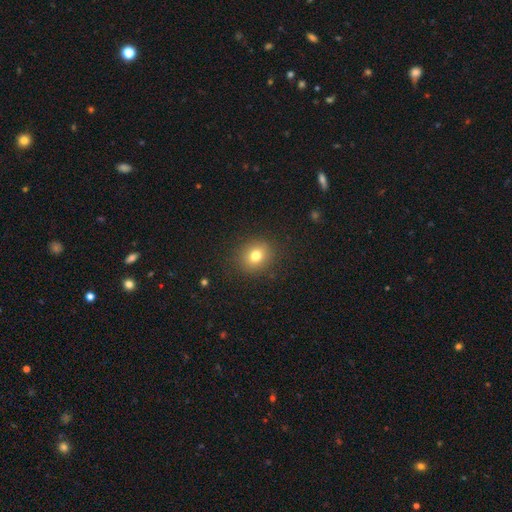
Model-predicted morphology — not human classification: type=smooth (77%); roundness=round (74%); merging=none (89%).